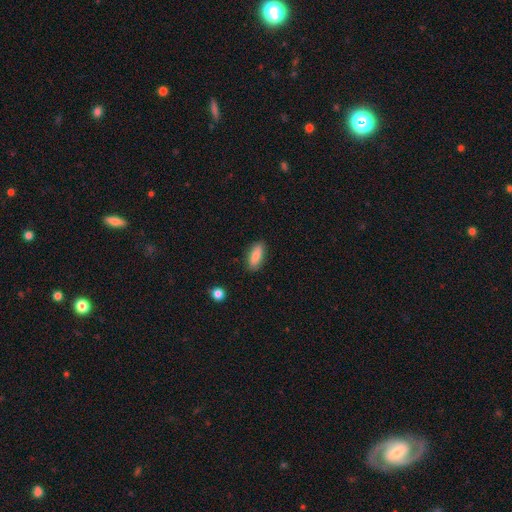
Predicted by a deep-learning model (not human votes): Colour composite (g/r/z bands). It shows a smooth galaxy with no disk features (85%) that is in between round and cigar-shaped (80%). Merging: none (86%).